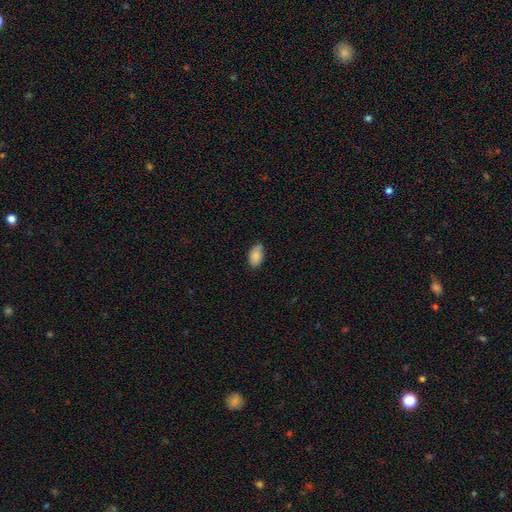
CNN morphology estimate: Smooth or featured: smooth — 86% (star or artifact — 7%)
How rounded: in between — 94% (round — 4%)
Merging: none — 76% (minor disturbance — 20%)